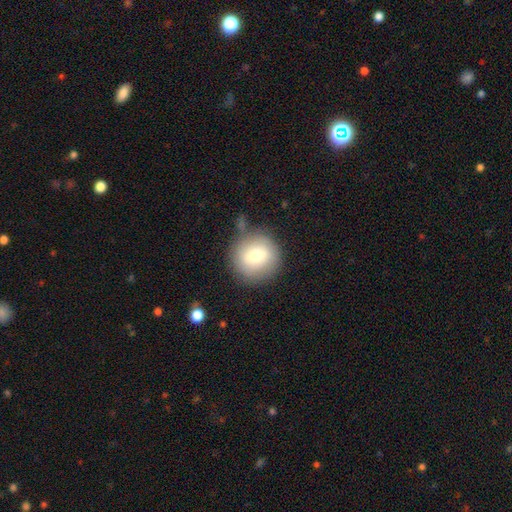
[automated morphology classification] Smooth or featured?
  - smooth: 72% *
  - featured or disk: 19%
  - star or artifact: 9%
How rounded?
  - round: 92% *
  - in between: 7%
  - cigar-shaped: 1%
Merging?
  - none: 80% *
  - minor disturbance: 12%
  - merger: 4%
  - major disturbance: 4%